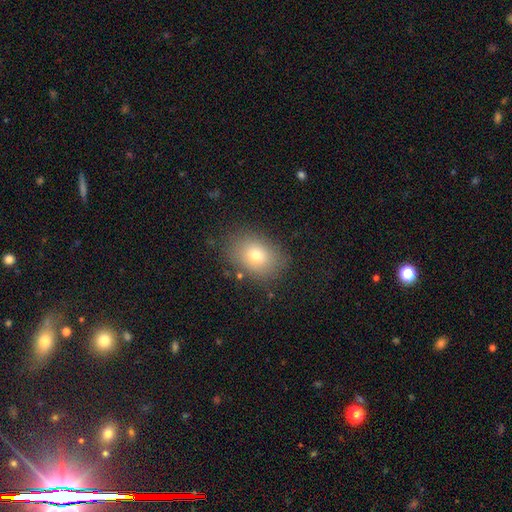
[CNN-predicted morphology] Overall: smooth (74%). How rounded: in between (69%; round 30%). Merging: none (83%).